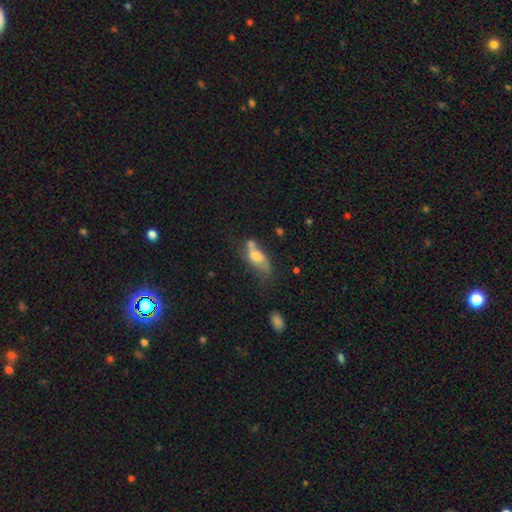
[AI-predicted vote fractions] The model was most divided on "merging": none: 32%, minor disturbance: 26%, merger: 23%, major disturbance: 19%. More confident: how rounded — in between (77%); smooth or featured — smooth (54%).